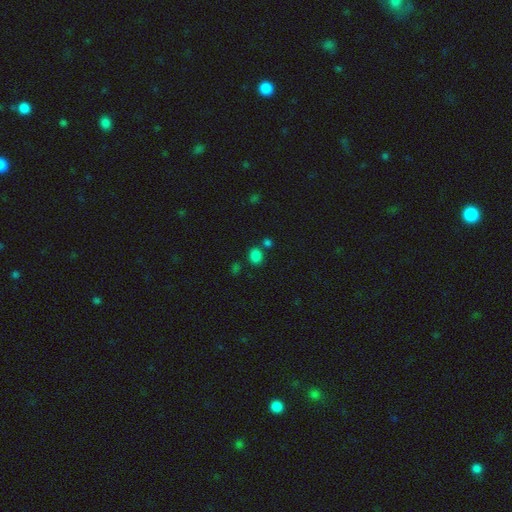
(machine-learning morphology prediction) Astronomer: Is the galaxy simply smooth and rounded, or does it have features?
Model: smooth — 81%.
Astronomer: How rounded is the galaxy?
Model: round — 54% (runner-up: in between, 44%).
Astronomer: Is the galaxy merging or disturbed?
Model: none — 73%.